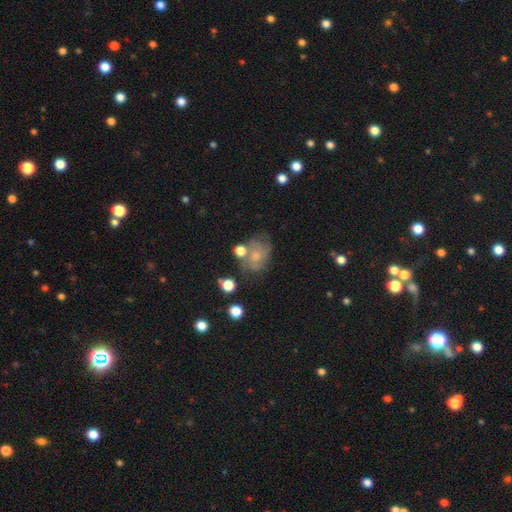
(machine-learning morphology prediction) Overall: featured or disk (49%; smooth 39%). Merging: none (47%; minor disturbance 24%).